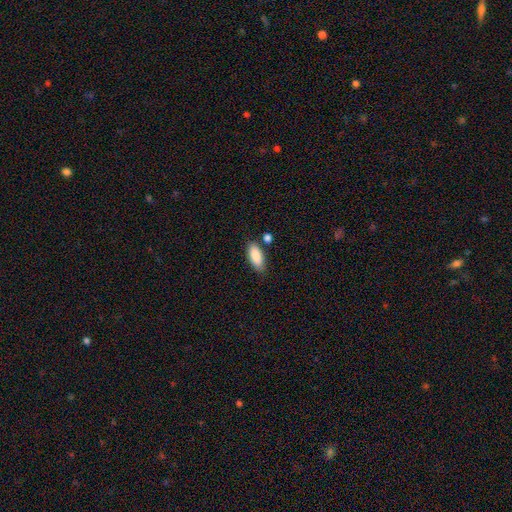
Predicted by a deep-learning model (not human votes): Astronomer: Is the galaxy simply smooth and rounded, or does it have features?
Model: smooth — 88%.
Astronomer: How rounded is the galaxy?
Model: in between — 83%.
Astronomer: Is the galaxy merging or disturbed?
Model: none — 75%.